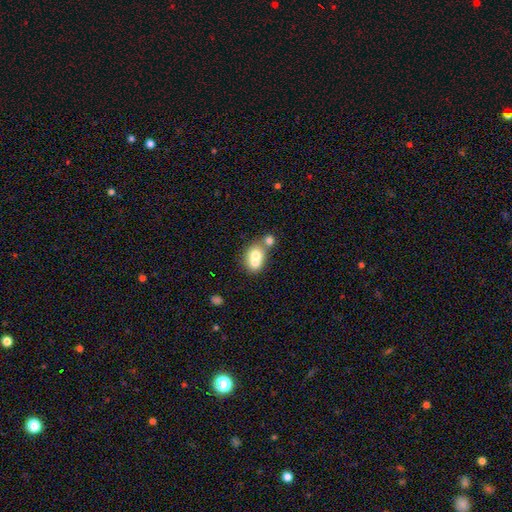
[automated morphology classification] smooth_or_featured: smooth (p=0.67) [alt: featured or disk p=0.23]
how_rounded: round (p=0.51) [alt: in between p=0.48]
merging: merger (p=0.65) [alt: none p=0.25]